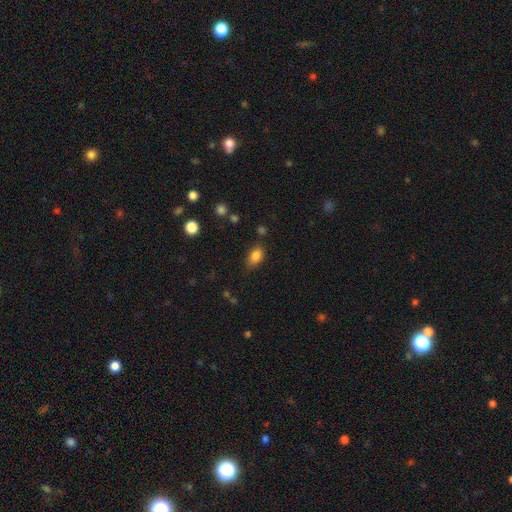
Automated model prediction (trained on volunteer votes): Morphology: type=smooth (84%); roundness=in between (86%); merging=none (77%).